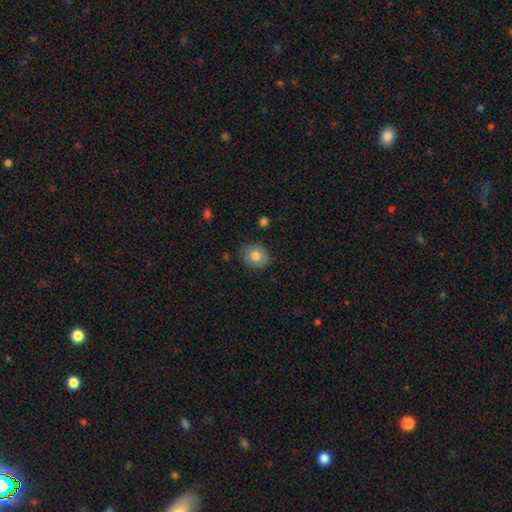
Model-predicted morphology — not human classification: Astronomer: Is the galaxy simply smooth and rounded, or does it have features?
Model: smooth — 77%.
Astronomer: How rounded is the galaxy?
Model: round — 65%.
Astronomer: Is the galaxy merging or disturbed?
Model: none — 83%.